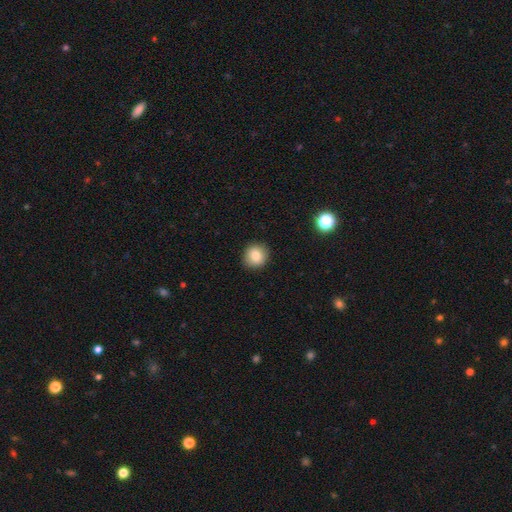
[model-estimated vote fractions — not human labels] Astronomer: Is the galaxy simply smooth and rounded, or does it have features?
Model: smooth — 83%.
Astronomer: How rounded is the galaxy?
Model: round — 88%.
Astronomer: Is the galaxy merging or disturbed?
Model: none — 90%.